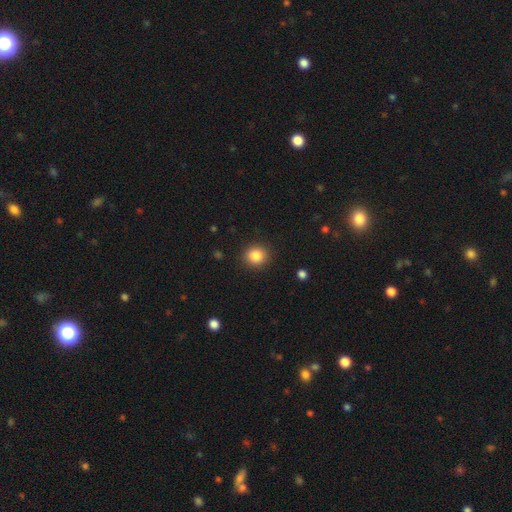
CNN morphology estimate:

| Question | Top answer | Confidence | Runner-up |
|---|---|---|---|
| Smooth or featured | smooth | 85% | star or artifact (10%) |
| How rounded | round | 86% | in between (13%) |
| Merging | none | 90% | minor disturbance (7%) |